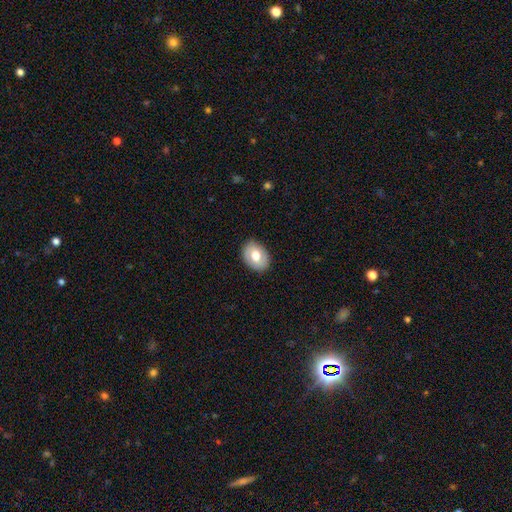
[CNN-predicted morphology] smooth 67%, featured or disk 26%, star or artifact 7%. Down the decision tree: how rounded — in between (73%); merging — none (86%).